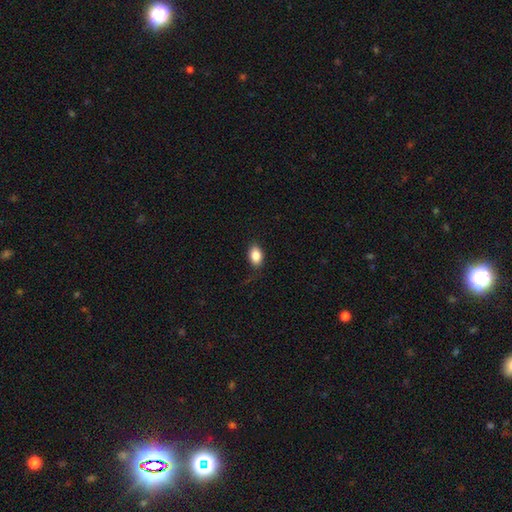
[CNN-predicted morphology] Overall: smooth (85%). How rounded: in between (83%). Merging: none (81%).